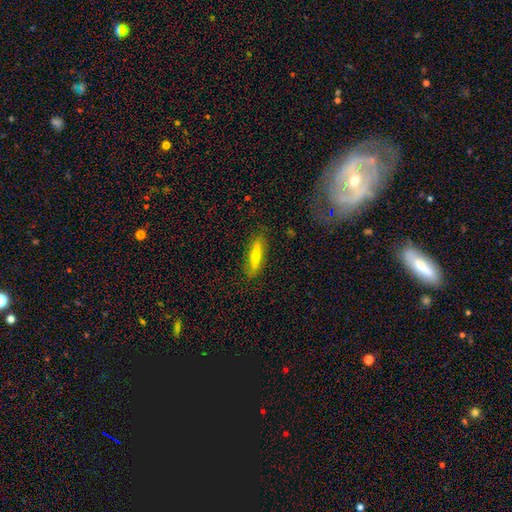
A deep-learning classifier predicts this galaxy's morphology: Smooth or featured? Predicted: smooth (p=0.53). How rounded? Predicted: cigar-shaped (p=0.73). Merging? Predicted: none (p=0.83).